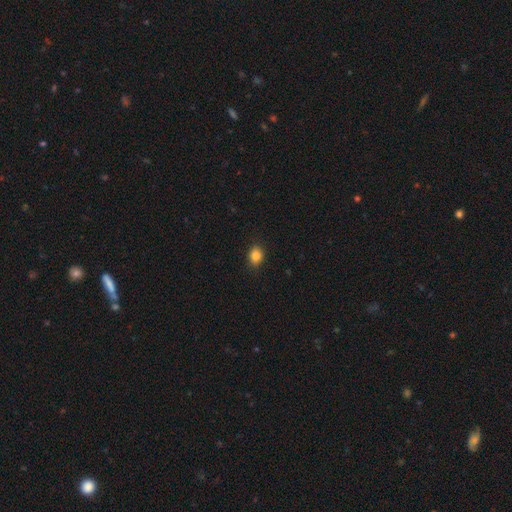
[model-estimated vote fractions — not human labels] Overall: smooth (85%). How rounded: round (50%; in between 49%). Merging: none (88%).